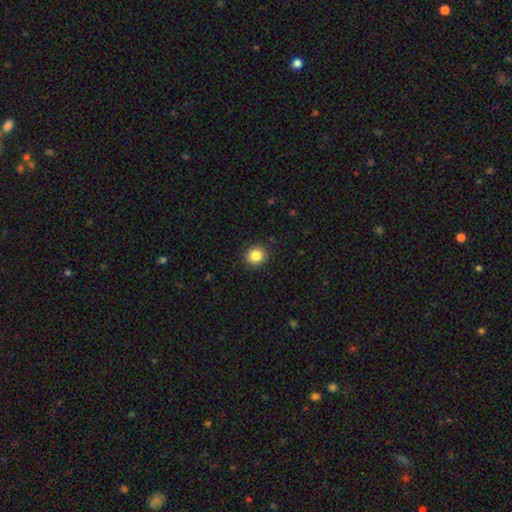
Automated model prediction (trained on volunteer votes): Smooth or featured? smooth (85%)
How rounded? round (89%)
Merging? none (91%)